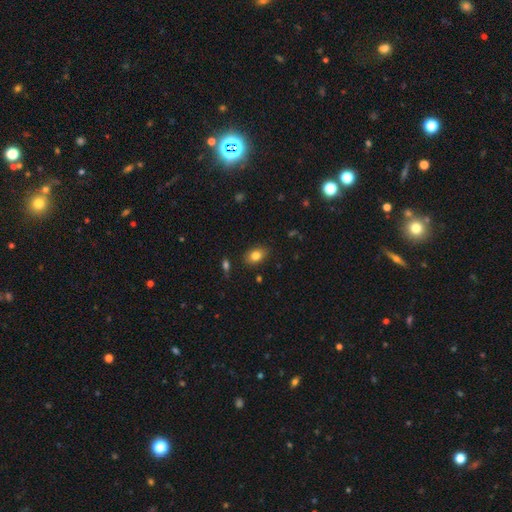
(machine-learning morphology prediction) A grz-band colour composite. It shows a smooth galaxy with no disk features (81%) that is in between round and cigar-shaped (80%). Merging: none (84%).